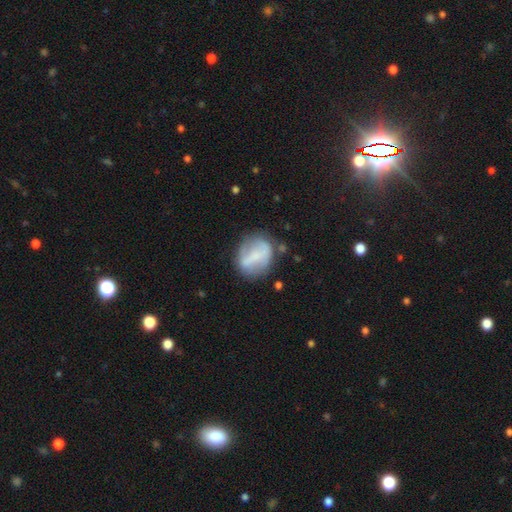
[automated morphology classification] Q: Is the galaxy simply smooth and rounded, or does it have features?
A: featured or disk — 48%.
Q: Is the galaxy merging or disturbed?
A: none — 62%.